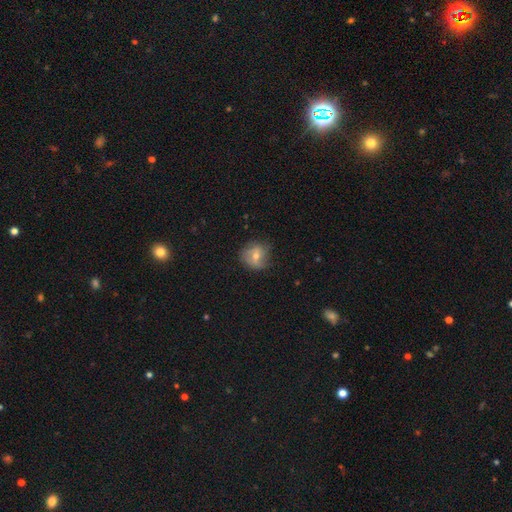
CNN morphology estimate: smooth_or_featured: smooth (p=0.54) [alt: featured or disk p=0.36]
how_rounded: round (p=0.79) [alt: in between p=0.20]
merging: none (p=0.66) [alt: minor disturbance p=0.25]